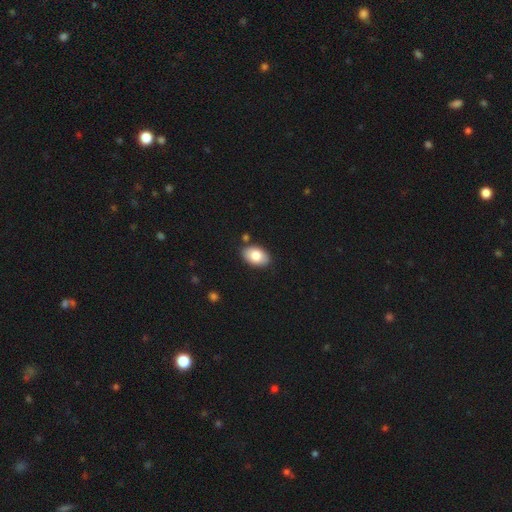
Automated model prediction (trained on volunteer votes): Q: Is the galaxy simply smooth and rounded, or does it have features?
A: smooth — 81%.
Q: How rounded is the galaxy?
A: in between — 92%.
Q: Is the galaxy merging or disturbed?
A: none — 85%.